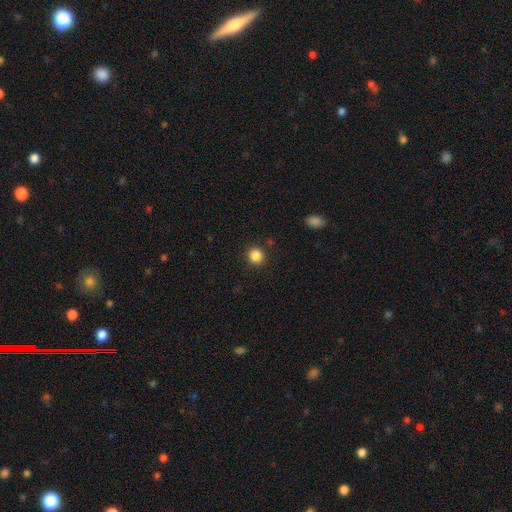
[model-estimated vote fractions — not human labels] Smooth or featured? smooth (86%)
How rounded? round (91%)
Merging? none (90%)